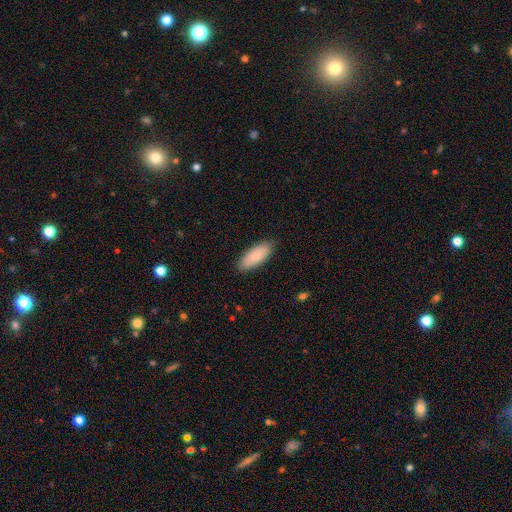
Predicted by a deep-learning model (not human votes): Smooth or featured? Predicted: smooth (p=0.84). How rounded? Predicted: in between (p=0.78). Merging? Predicted: none (p=0.88).